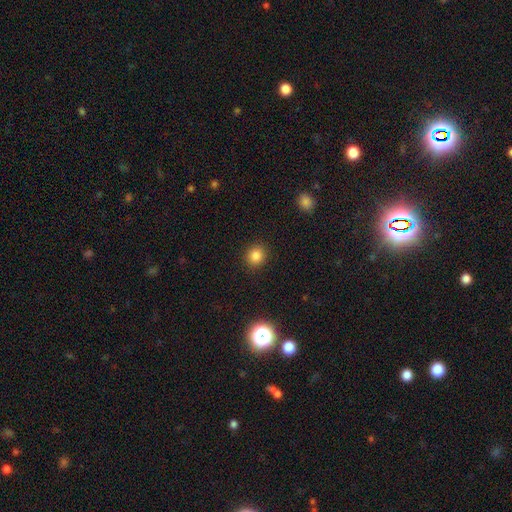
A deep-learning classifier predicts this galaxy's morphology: Q: Smooth or featured?
A: smooth (83%); runner-up: star or artifact (13%)
Q: How rounded?
A: round (84%); runner-up: in between (15%)
Q: Merging?
A: none (91%); runner-up: minor disturbance (6%)